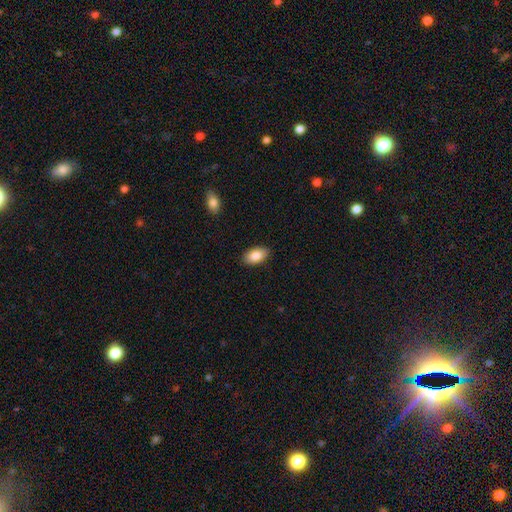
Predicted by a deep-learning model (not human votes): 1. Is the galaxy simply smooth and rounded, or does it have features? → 86% smooth, 7% featured or disk, 7% star or artifact.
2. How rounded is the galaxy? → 93% in between, 5% round, 2% cigar-shaped.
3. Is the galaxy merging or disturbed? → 88% none, 9% minor disturbance, 2% major disturbance, 1% merger.